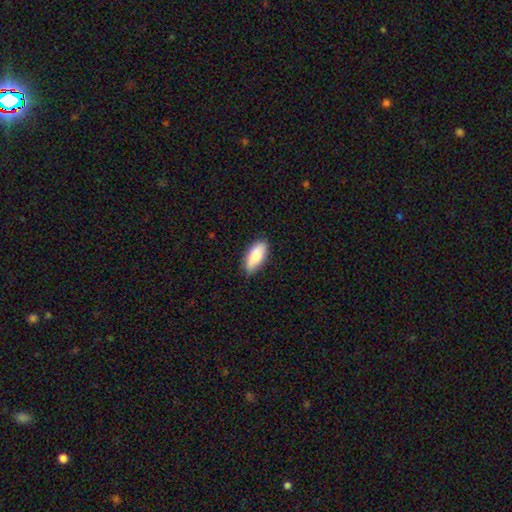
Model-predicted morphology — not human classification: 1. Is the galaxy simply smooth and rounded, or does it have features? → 84% smooth, 10% featured or disk, 6% star or artifact.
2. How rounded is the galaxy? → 83% in between, 15% cigar-shaped, 2% round.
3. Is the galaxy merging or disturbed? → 82% none, 15% minor disturbance, 2% major disturbance, 1% merger.